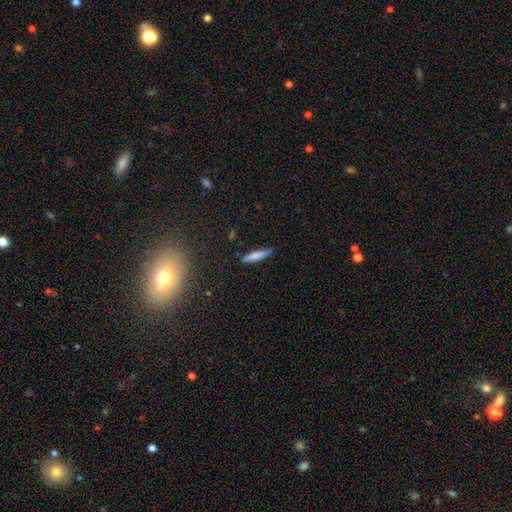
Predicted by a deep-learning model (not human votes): Overall: smooth (78%). How rounded: cigar-shaped (82%). Merging: none (85%).